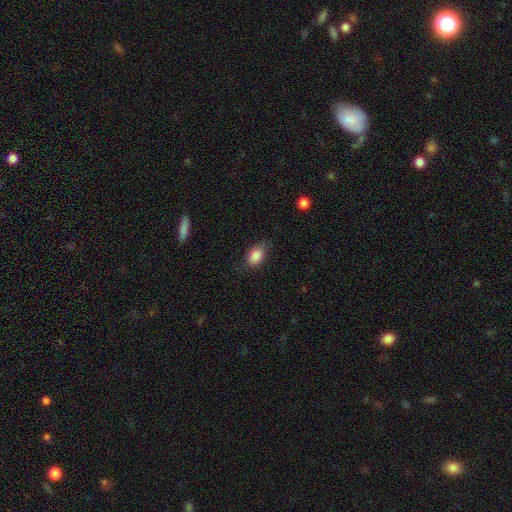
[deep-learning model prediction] A smooth galaxy with no disk features (86%) that is in between round and cigar-shaped (84%). Merging: none (74%).